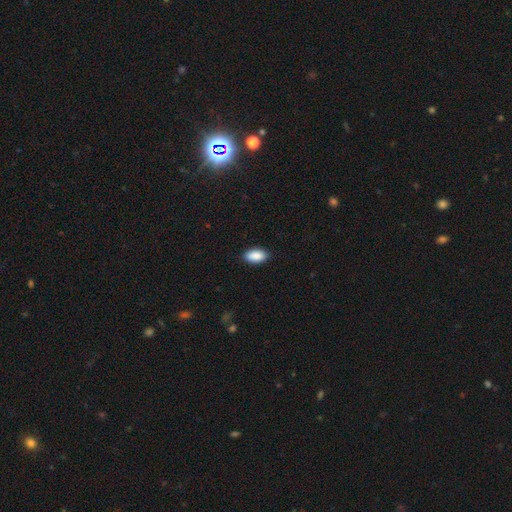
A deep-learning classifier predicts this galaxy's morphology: smooth_or_featured: smooth (p=0.90) [alt: star or artifact p=0.07]
how_rounded: in between (p=0.93) [alt: cigar-shaped p=0.04]
merging: none (p=0.88) [alt: minor disturbance p=0.10]